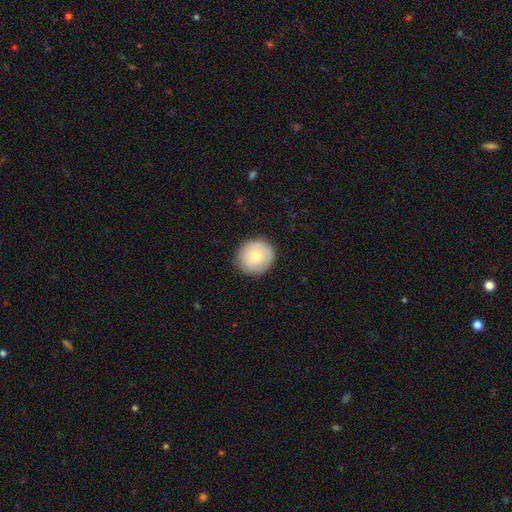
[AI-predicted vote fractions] The model was most divided on "smooth or featured": smooth: 74%, featured or disk: 19%, star or artifact: 6%. More confident: how rounded — round (87%); merging — none (87%).